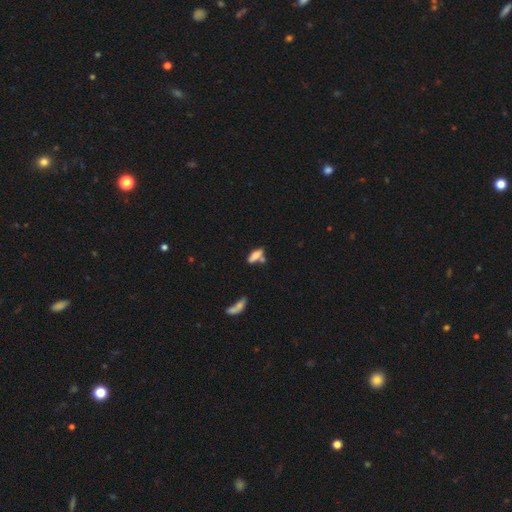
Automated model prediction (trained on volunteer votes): smooth 71%, featured or disk 20%, star or artifact 9%. Down the decision tree: how rounded — in between (72%); merging — none (50%).